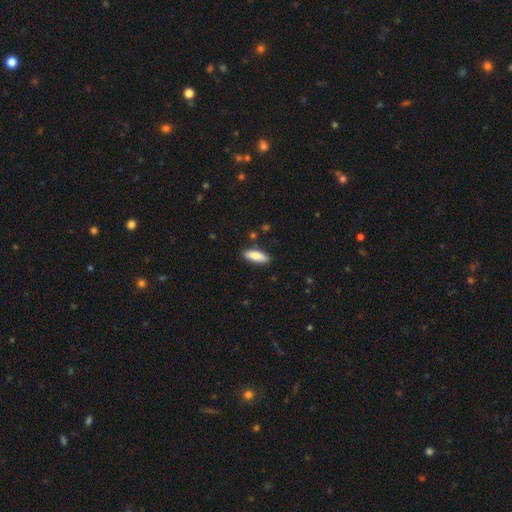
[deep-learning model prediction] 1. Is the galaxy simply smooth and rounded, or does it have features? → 84% smooth, 10% featured or disk, 6% star or artifact.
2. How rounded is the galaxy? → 63% in between, 35% cigar-shaped, 2% round.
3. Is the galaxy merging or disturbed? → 86% none, 10% minor disturbance, 2% merger, 2% major disturbance.